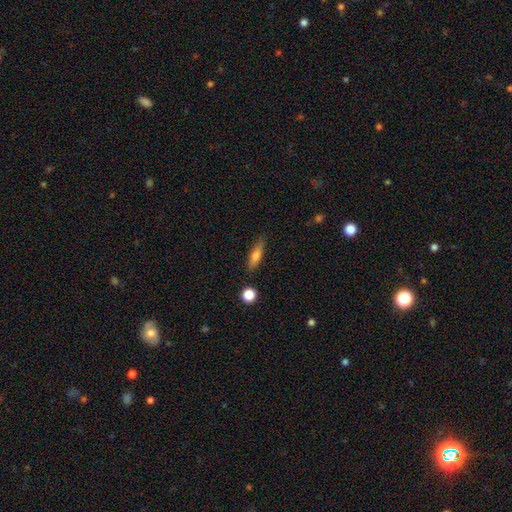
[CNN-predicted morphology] smooth_or_featured: smooth (p=0.71) [alt: featured or disk p=0.22]
how_rounded: cigar-shaped (p=0.61) [alt: in between p=0.36]
merging: none (p=0.82) [alt: minor disturbance p=0.12]